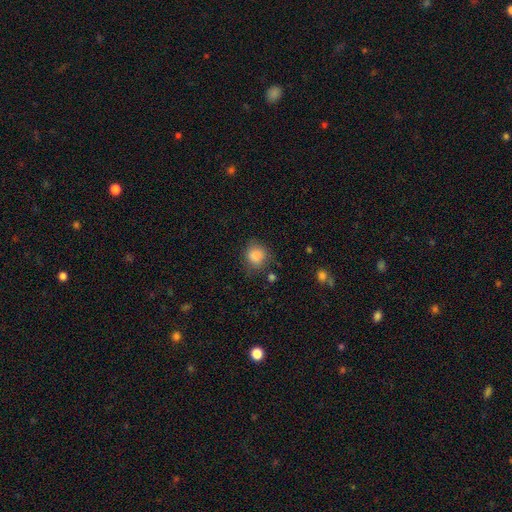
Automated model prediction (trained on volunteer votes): smooth 86%, star or artifact 9%, featured or disk 4%. Down the decision tree: how rounded — round (80%); merging — none (69%).